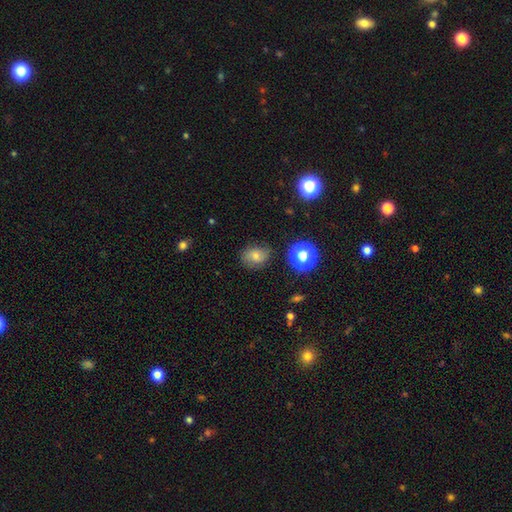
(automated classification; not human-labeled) smooth-or-featured: smooth: 56% | featured or disk: 24% | star or artifact: 20%
  how-rounded: round: 50% | in between: 49% | cigar-shaped: 1%
  merging: none: 74% | minor disturbance: 18% | major disturbance: 6% | merger: 2%